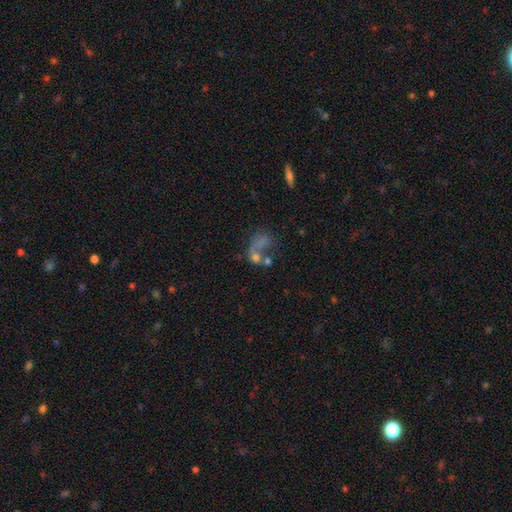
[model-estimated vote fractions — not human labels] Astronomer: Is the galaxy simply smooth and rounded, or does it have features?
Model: smooth — 43% (runner-up: featured or disk, 33%).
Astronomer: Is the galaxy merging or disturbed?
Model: merger — 37% (runner-up: none, 28%).